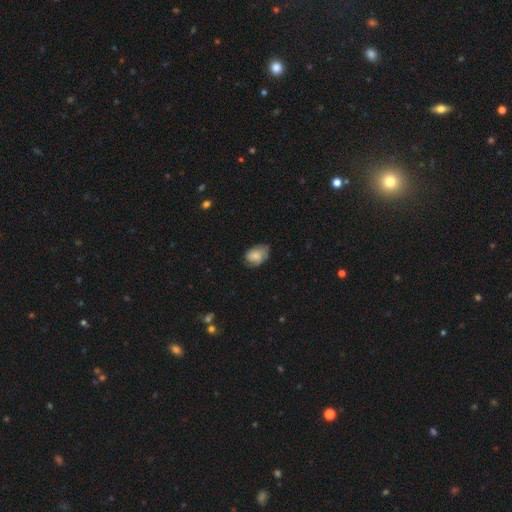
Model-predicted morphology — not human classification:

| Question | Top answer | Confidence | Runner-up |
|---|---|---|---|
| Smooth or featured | smooth | 71% | featured or disk (22%) |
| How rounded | in between | 79% | round (20%) |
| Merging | none | 59% | minor disturbance (32%) |